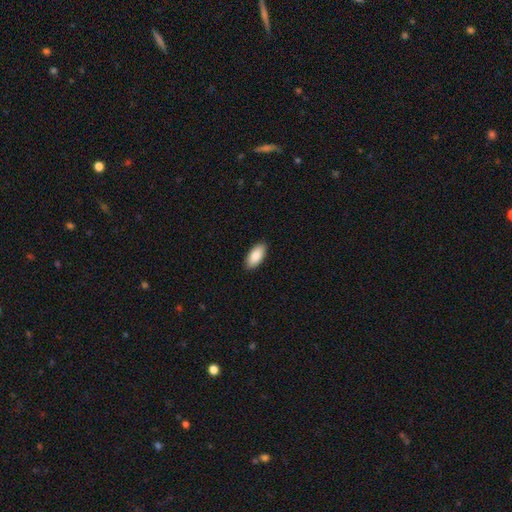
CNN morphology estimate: Overall: smooth (89%). How rounded: in between (91%). Merging: none (90%).